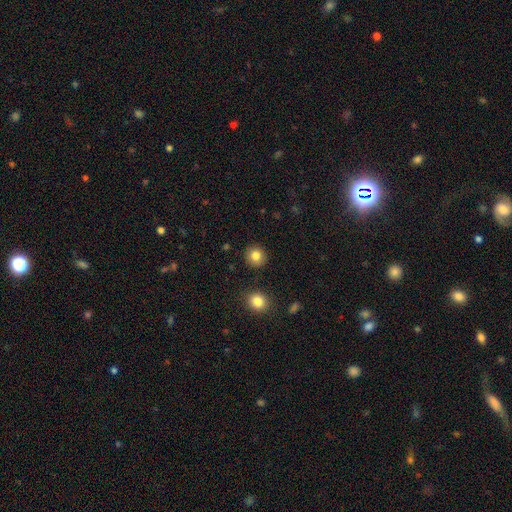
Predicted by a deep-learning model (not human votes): Morphology: type=smooth (82%); roundness=round (91%); merging=none (90%).